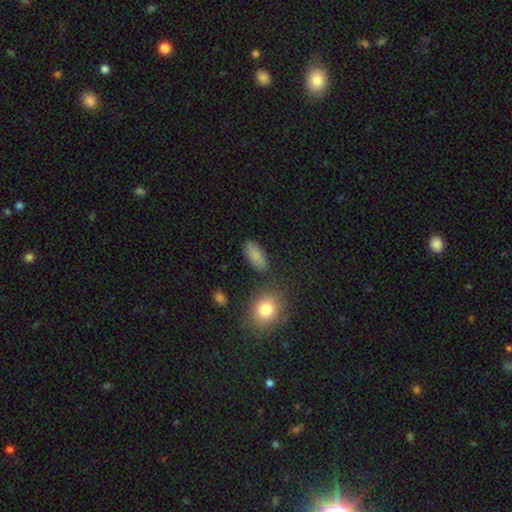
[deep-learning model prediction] smooth 85%, star or artifact 8%, featured or disk 7%. Down the decision tree: how rounded — in between (84%); merging — none (80%).